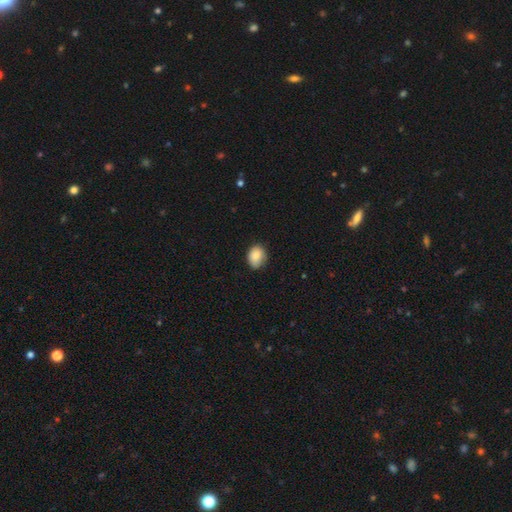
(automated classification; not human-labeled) smooth-or-featured: smooth: 85% | star or artifact: 8% | featured or disk: 7%
  how-rounded: in between: 58% | round: 41% | cigar-shaped: 1%
  merging: none: 74% | minor disturbance: 22% | major disturbance: 3% | merger: 1%